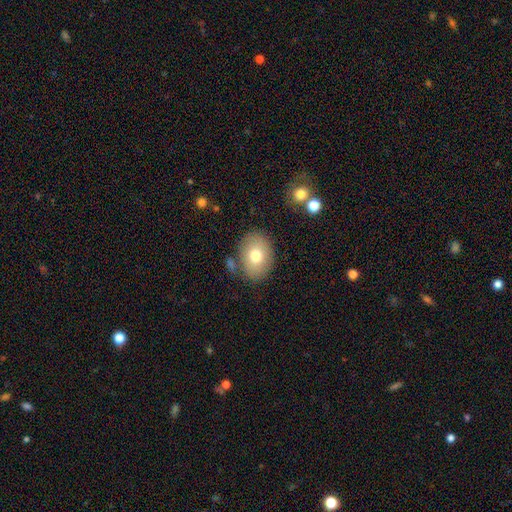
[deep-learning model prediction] Smooth or featured?
  - smooth: 75% *
  - featured or disk: 16%
  - star or artifact: 8%
How rounded?
  - in between: 68% *
  - round: 31%
  - cigar-shaped: 1%
Merging?
  - none: 79% *
  - minor disturbance: 12%
  - merger: 5%
  - major disturbance: 3%